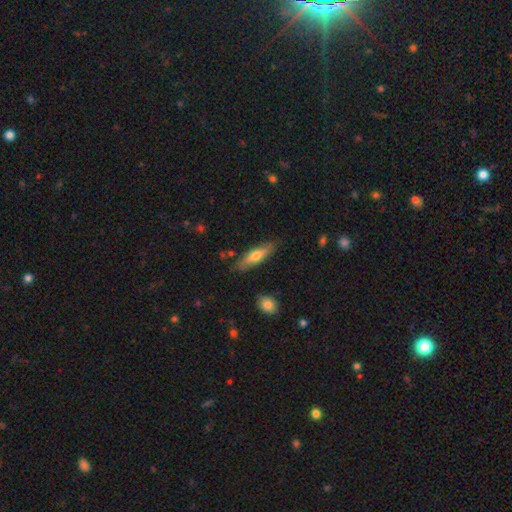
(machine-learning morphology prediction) smooth_or_featured: smooth (p=0.57) [alt: featured or disk p=0.37]
how_rounded: cigar-shaped (p=0.64) [alt: in between p=0.34]
merging: none (p=0.80) [alt: minor disturbance p=0.14]